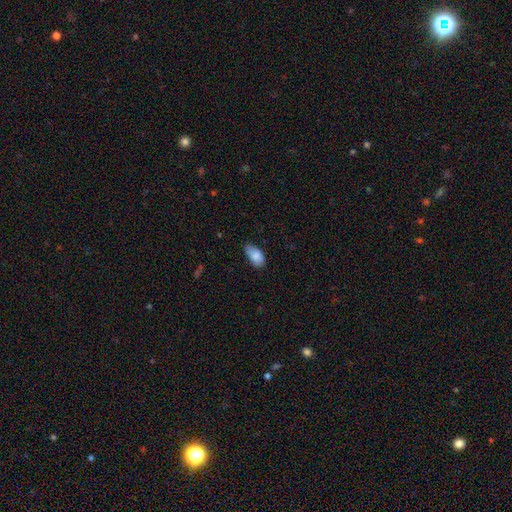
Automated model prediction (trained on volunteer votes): smooth 86%, featured or disk 7%, star or artifact 7%. Down the decision tree: how rounded — in between (93%); merging — none (65%).